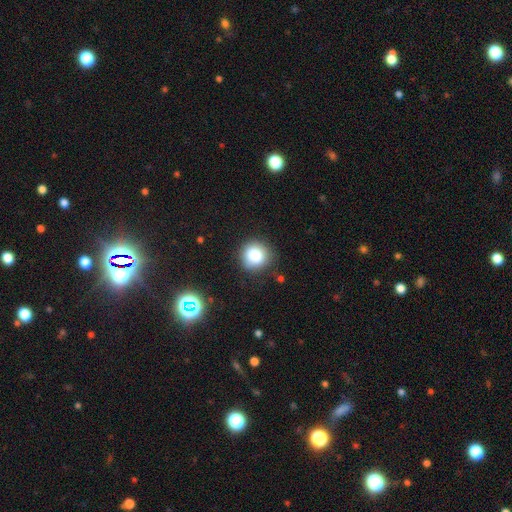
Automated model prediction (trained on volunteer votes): This appears to be a smooth galaxy with no disk features (83%) that is round (89%). Merging: none (83%).